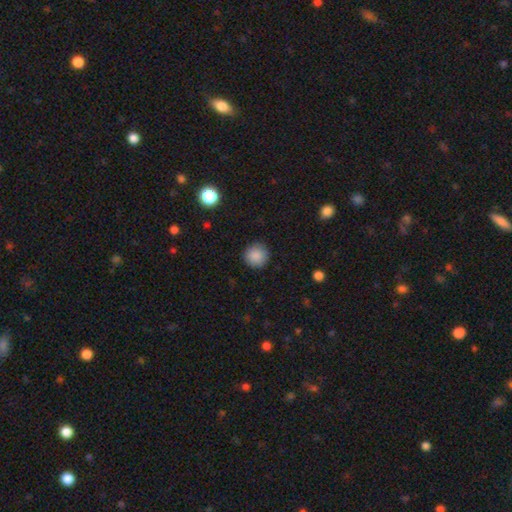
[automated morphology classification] Overall: smooth (88%). How rounded: round (94%). Merging: none (91%).